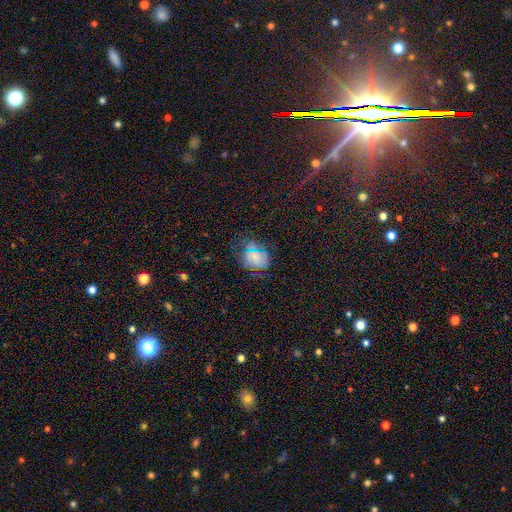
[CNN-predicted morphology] smooth_or_featured: smooth (p=0.61) [alt: star or artifact p=0.24]
how_rounded: round (p=0.56) [alt: in between p=0.42]
merging: none (p=0.69) [alt: minor disturbance p=0.20]